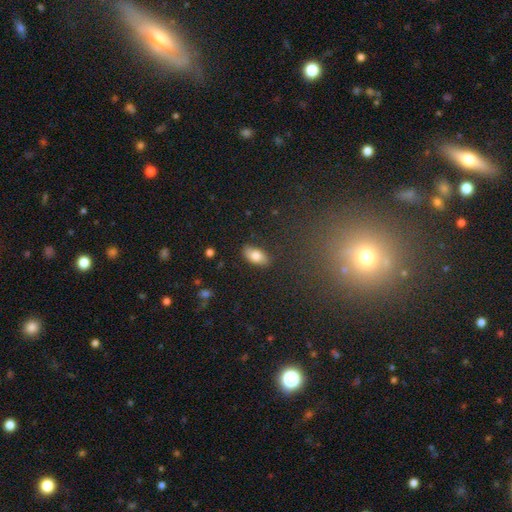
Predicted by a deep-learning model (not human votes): Smooth or featured? smooth (82%)
How rounded? in between (92%)
Merging? none (85%)